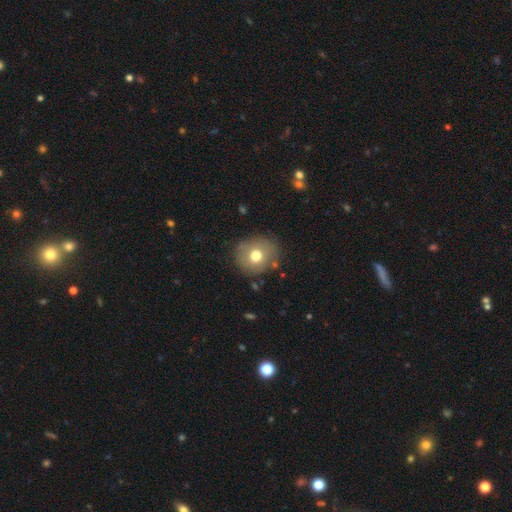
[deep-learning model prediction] This appears to be a smooth galaxy with no disk features (71%) that is round (85%). Merging: none (82%).